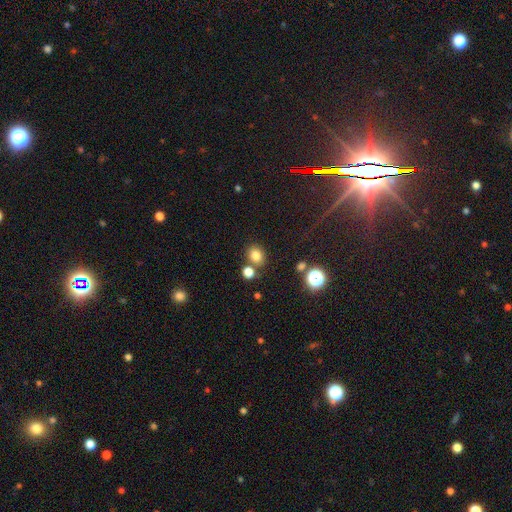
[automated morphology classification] The model was most divided on "how rounded": round: 60%, in between: 39%, cigar-shaped: 1%. More confident: smooth or featured — smooth (78%); merging — none (72%).